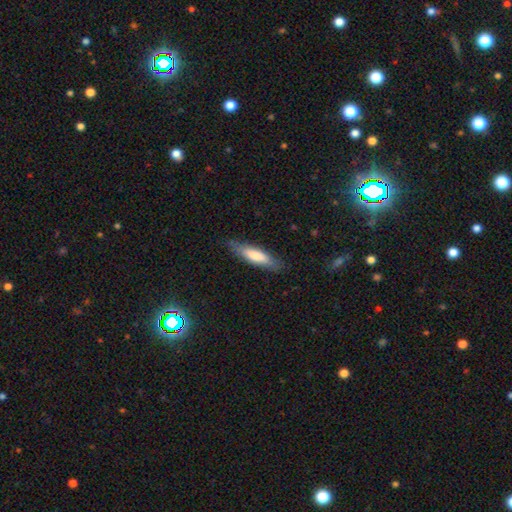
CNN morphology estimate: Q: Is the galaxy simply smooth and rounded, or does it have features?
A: smooth — 75%.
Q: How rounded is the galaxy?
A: cigar-shaped — 69%.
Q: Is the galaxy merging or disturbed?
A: none — 82%.